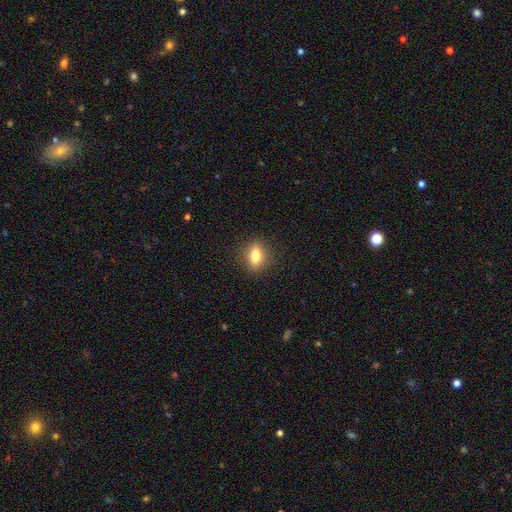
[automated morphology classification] This is likely a smooth galaxy (79%). How rounded: likely in between (71%). Merging: clearly none (87%).